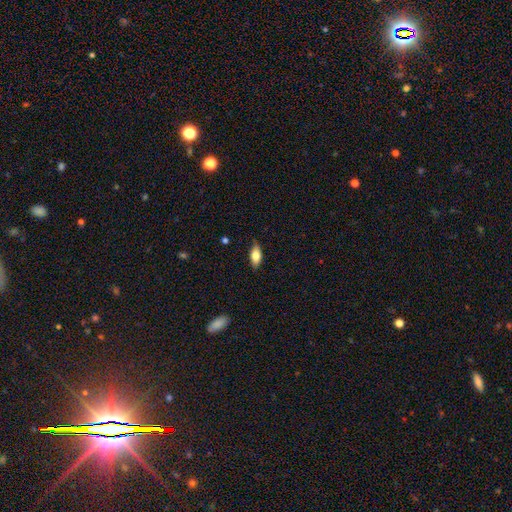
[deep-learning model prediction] A smooth galaxy with no disk features (73%) that is in between round and cigar-shaped (84%).

Vote fractions:
- Smooth or featured? smooth: 73% / featured or disk: 20% / star or artifact: 7%
- How rounded? in between: 84% / cigar-shaped: 13% / round: 3%
- Merging? none: 84% / minor disturbance: 13% / major disturbance: 2% / merger: 1%